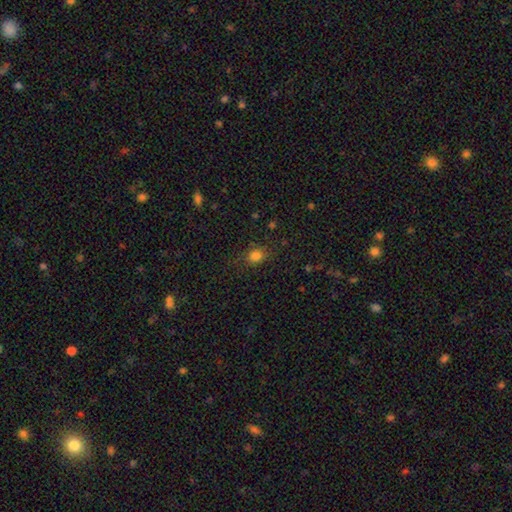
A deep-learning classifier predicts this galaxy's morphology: Smooth or featured?
  - smooth: 81% *
  - star or artifact: 14%
  - featured or disk: 5%
How rounded?
  - round: 62% *
  - in between: 37%
  - cigar-shaped: 1%
Merging?
  - none: 81% *
  - minor disturbance: 13%
  - major disturbance: 5%
  - merger: 1%